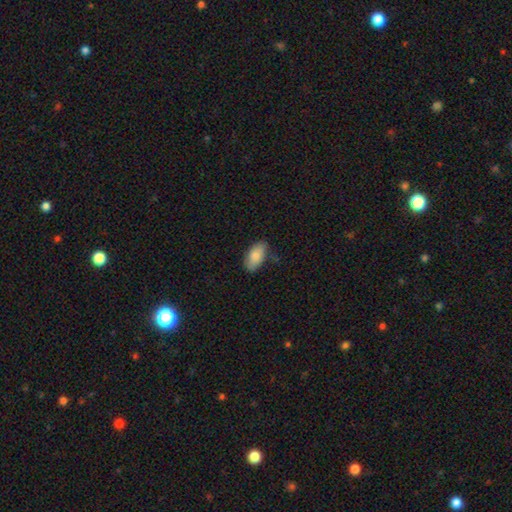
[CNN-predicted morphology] type=smooth (85%); roundness=in between (93%); merging=none (71%).